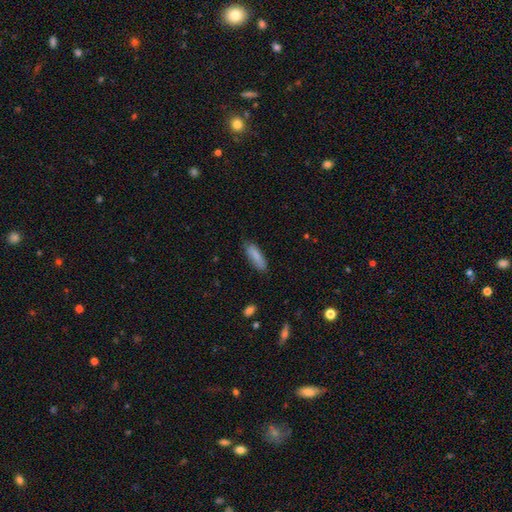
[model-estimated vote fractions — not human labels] Overall: smooth (85%). How rounded: cigar-shaped (51%; in between 48%). Merging: none (80%).